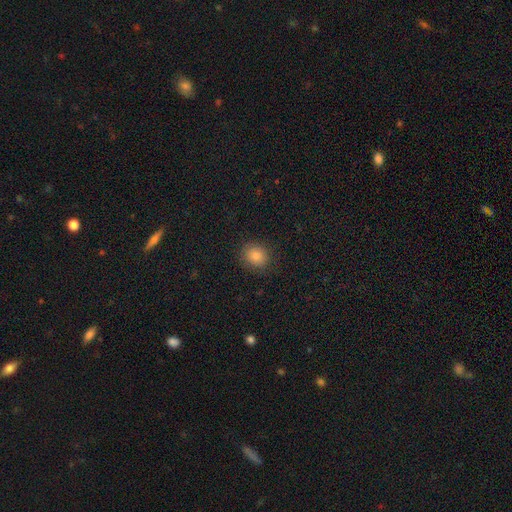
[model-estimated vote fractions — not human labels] smooth_or_featured: smooth (p=0.81) [alt: star or artifact p=0.13]
how_rounded: round (p=0.77) [alt: in between p=0.23]
merging: none (p=0.88) [alt: minor disturbance p=0.08]